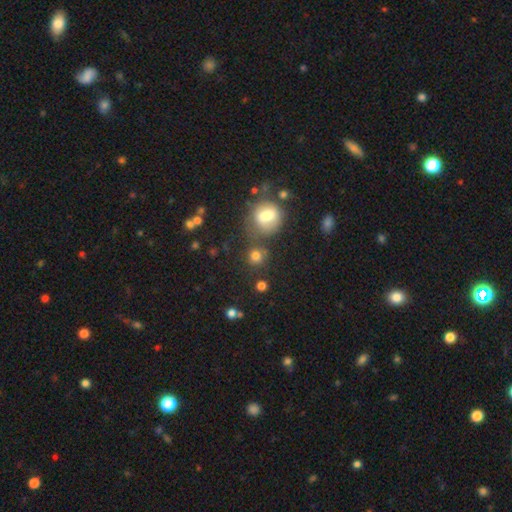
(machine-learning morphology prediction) smooth-or-featured: smooth: 78% | star or artifact: 14% | featured or disk: 7%
  how-rounded: round: 87% | in between: 12% | cigar-shaped: 1%
  merging: none: 71% | merger: 13% | minor disturbance: 11% | major disturbance: 5%